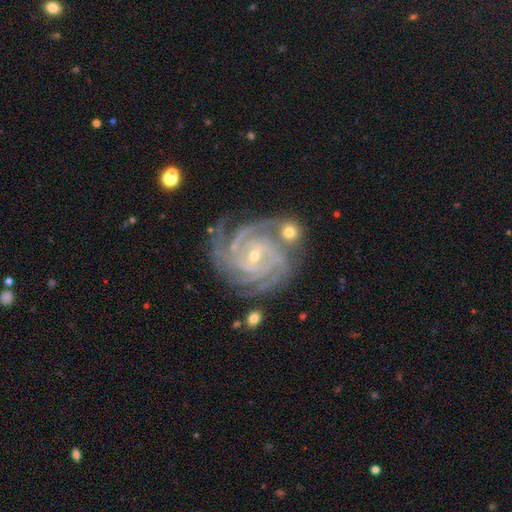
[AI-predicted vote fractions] This appears to be a featured or disk galaxy (92%) with no bar (44%), 4 (44%) tight (78%) spiral arms (99%) and a small central bulge (74%). Merging: none (71%).